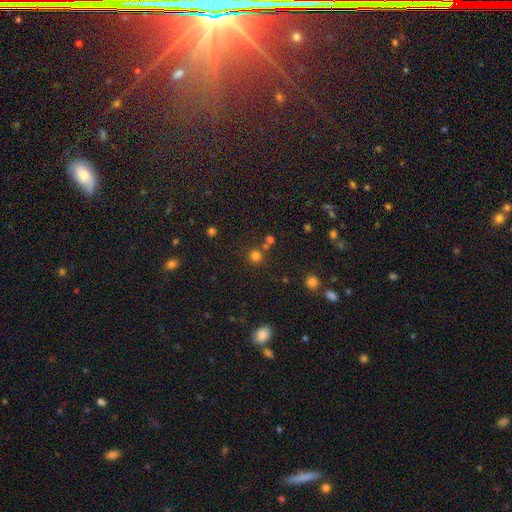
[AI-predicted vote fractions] Smooth or featured: smooth — 75% (star or artifact — 20%)
How rounded: round — 93% (in between — 6%)
Merging: none — 74% (merger — 15%)